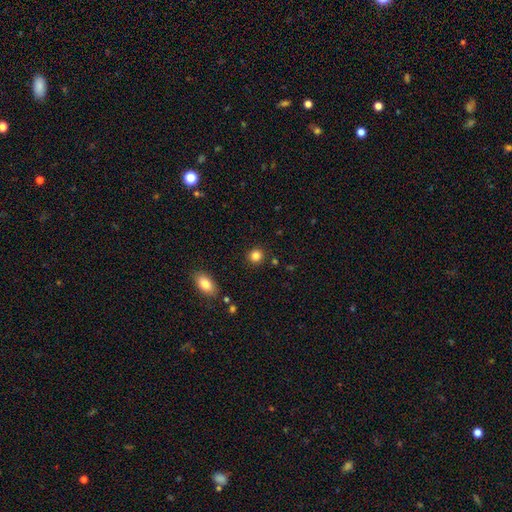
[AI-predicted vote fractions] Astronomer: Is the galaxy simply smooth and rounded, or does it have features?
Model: smooth — 84%.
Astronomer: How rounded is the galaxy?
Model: round — 89%.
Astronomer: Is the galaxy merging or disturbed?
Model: none — 89%.